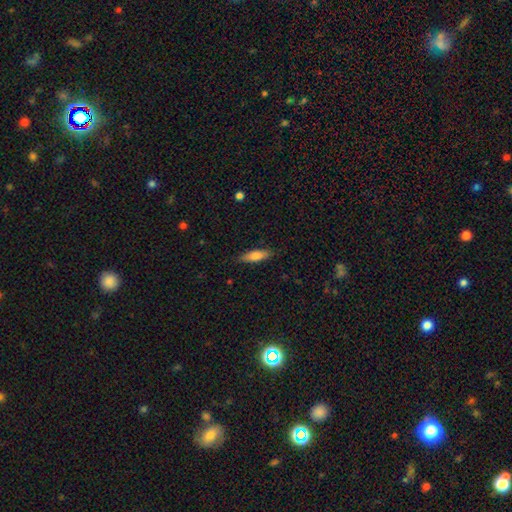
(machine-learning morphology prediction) smooth_or_featured: smooth (p=0.73) [alt: featured or disk p=0.20]
how_rounded: cigar-shaped (p=0.56) [alt: in between p=0.42]
merging: none (p=0.86) [alt: minor disturbance p=0.11]